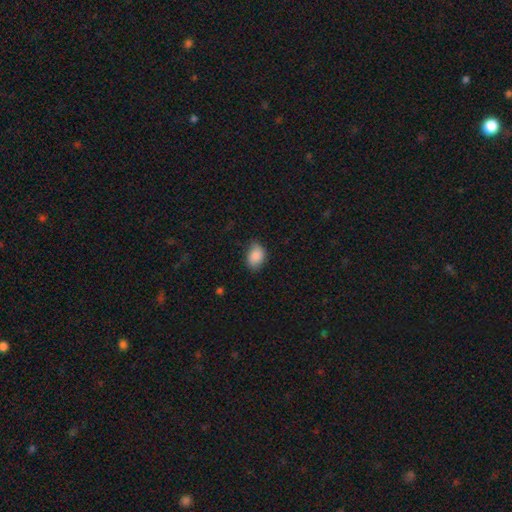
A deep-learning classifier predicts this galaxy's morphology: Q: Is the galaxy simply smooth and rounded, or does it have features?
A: smooth — 88%.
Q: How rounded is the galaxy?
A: in between — 78%.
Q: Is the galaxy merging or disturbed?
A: none — 75%.